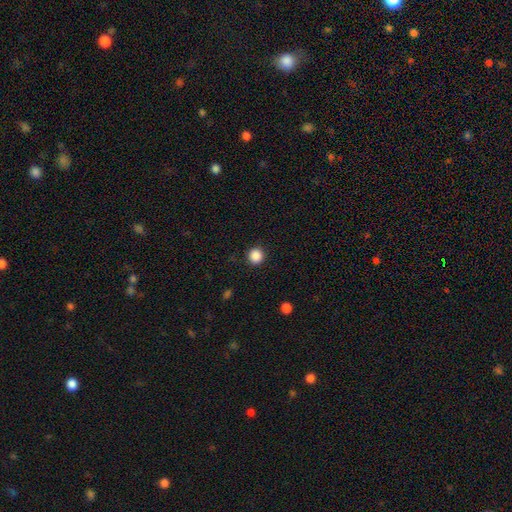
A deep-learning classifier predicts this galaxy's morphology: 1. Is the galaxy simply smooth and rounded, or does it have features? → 88% smooth, 10% star or artifact, 2% featured or disk.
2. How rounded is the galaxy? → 93% round, 6% in between, 1% cigar-shaped.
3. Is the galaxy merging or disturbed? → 91% none, 6% minor disturbance, 2% major disturbance, 1% merger.